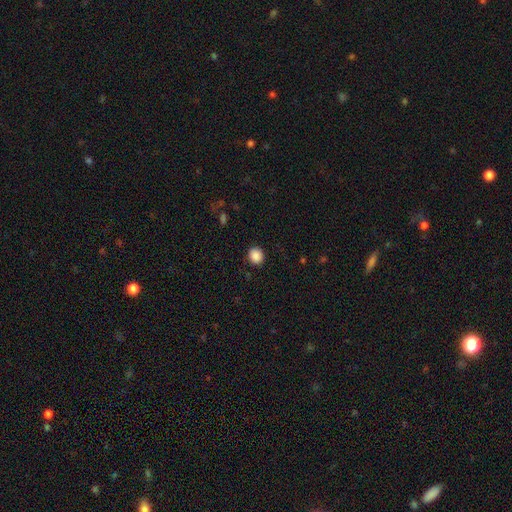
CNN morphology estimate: A smooth galaxy with no disk features (88%) that is round (80%). Merging: none (90%).